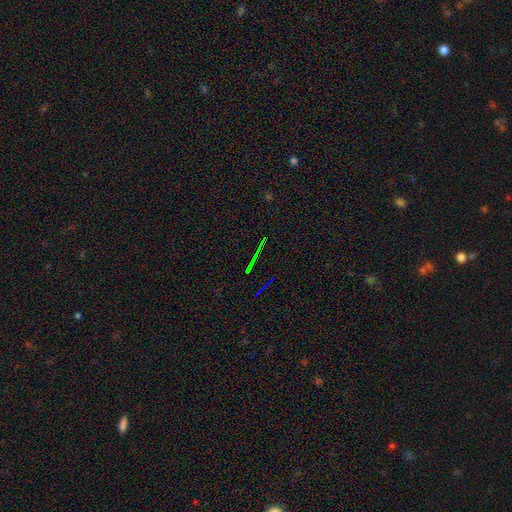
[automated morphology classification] This appears to be a star or artifact, not a galaxy (73%).